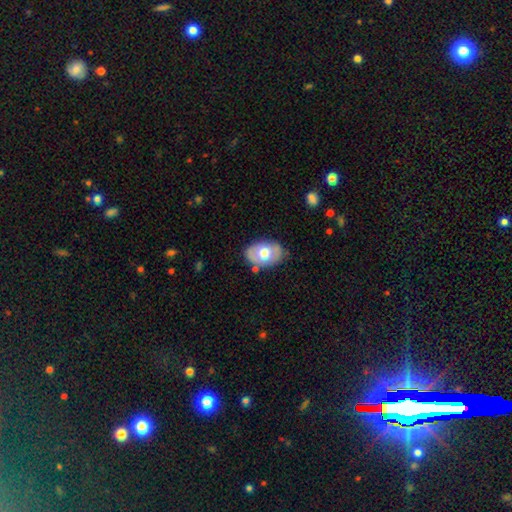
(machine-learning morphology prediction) Smooth or featured? smooth (59%)
How rounded? in between (82%)
Merging? none (78%)